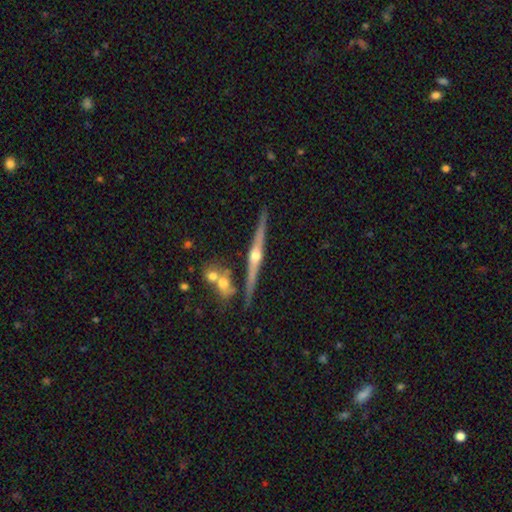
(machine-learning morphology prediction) A featured or disk galaxy (81%) viewed edge-on (97%) with a rounded central bulge (93%).

Vote fractions:
- Smooth or featured? featured or disk: 81% / smooth: 13% / star or artifact: 6%
- Edge-on disk? yes: 97% / no: 3%
- Edge-on bulge? rounded: 93% / none: 4% / boxy: 3%
- Merging? none: 81% / minor disturbance: 10% / merger: 7% / major disturbance: 2%